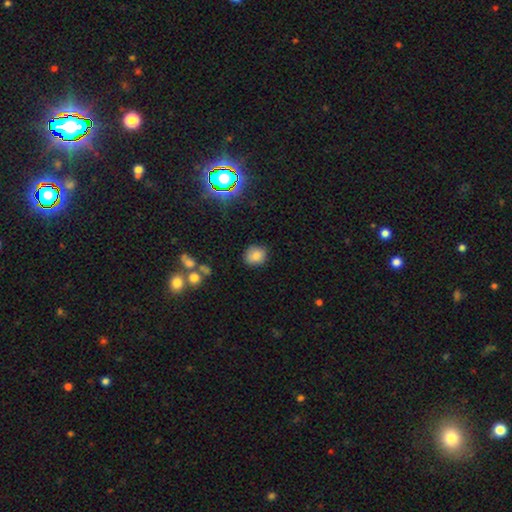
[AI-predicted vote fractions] Smooth or featured? Predicted: smooth (p=0.80). How rounded? Predicted: round (p=0.68). Merging? Predicted: none (p=0.81).